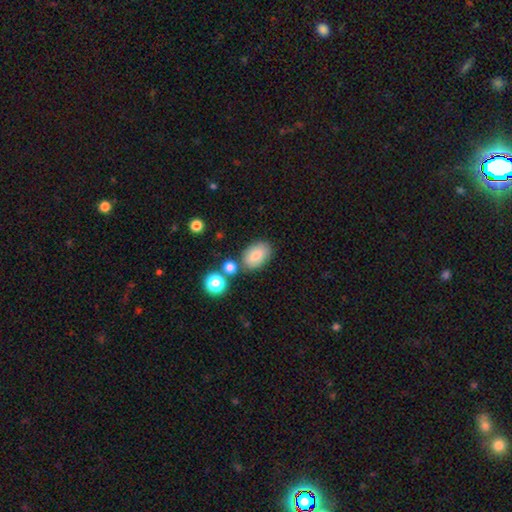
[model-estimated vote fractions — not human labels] smooth-or-featured: smooth: 82% | featured or disk: 10% | star or artifact: 9%
  how-rounded: in between: 89% | round: 10% | cigar-shaped: 1%
  merging: none: 73% | minor disturbance: 14% | merger: 10% | major disturbance: 4%